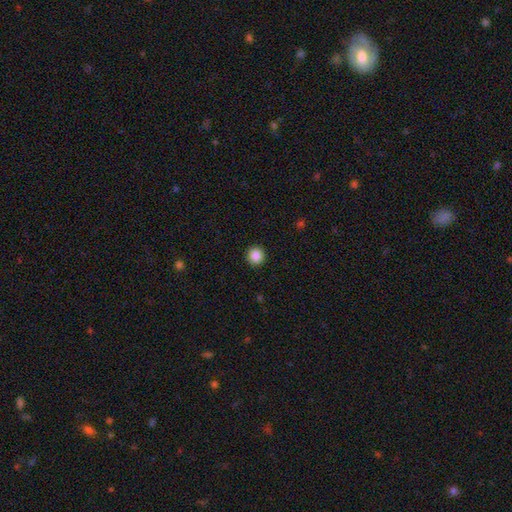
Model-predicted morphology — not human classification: Smooth or featured? smooth (87%)
How rounded? round (94%)
Merging? none (93%)